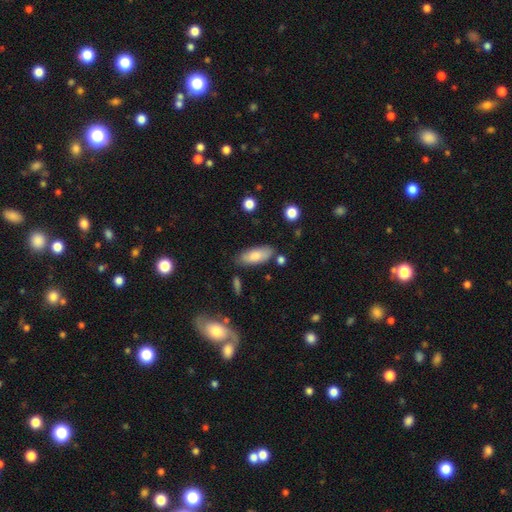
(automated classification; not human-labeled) The model was most divided on "merging": none: 74%, minor disturbance: 17%, merger: 5%, major disturbance: 4%. More confident: how rounded — in between (80%); smooth or featured — smooth (77%).